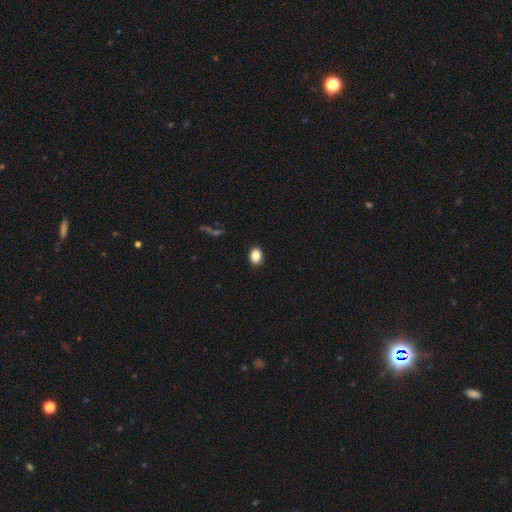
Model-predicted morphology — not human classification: The model was most divided on "how rounded": in between: 65%, round: 33%, cigar-shaped: 1%. More confident: merging — none (90%); smooth or featured — smooth (87%).